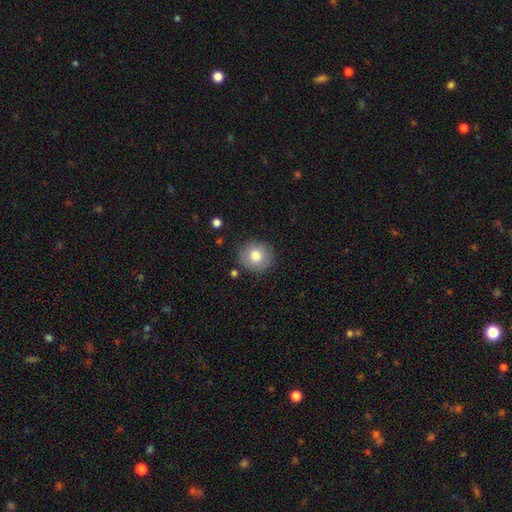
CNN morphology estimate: smooth-or-featured: smooth: 80% | featured or disk: 12% | star or artifact: 9%
  how-rounded: round: 89% | in between: 10% | cigar-shaped: 1%
  merging: none: 85% | minor disturbance: 10% | major disturbance: 3% | merger: 2%